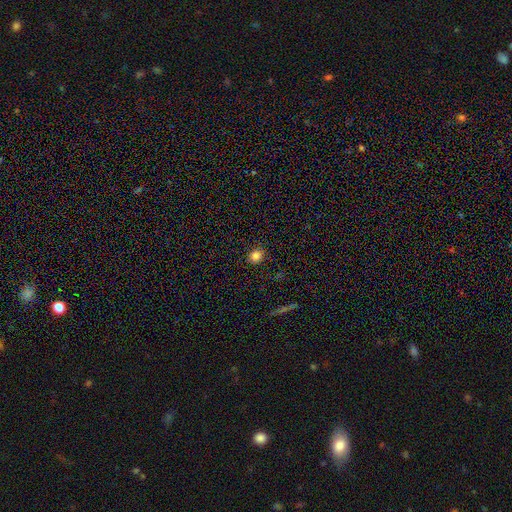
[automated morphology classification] Overall: smooth (83%). How rounded: round (73%). Merging: none (89%).